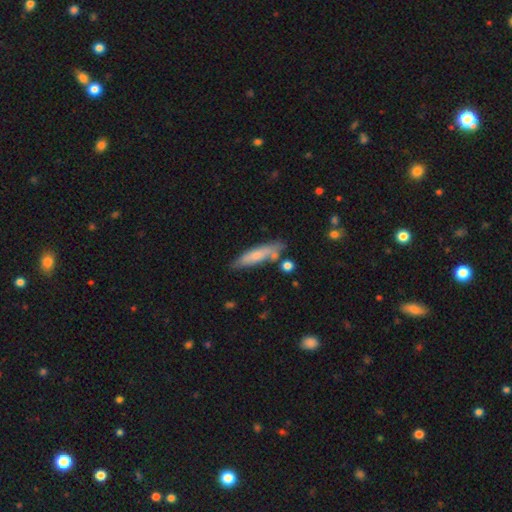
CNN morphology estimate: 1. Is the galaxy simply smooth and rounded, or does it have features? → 66% smooth, 27% featured or disk, 7% star or artifact.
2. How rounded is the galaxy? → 77% cigar-shaped, 21% in between, 2% round.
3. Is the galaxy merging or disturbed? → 70% none, 19% minor disturbance, 7% merger, 4% major disturbance.